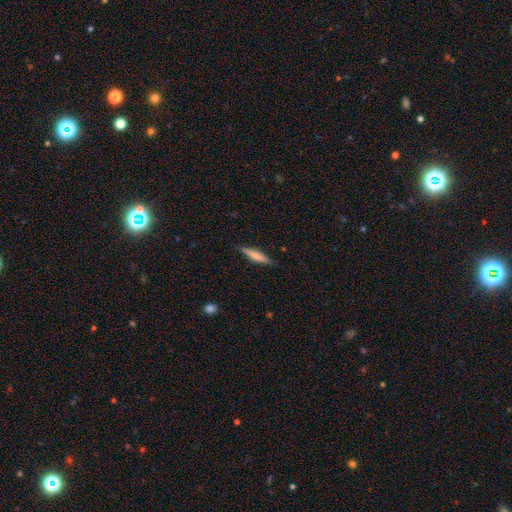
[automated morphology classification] Q: Smooth or featured?
A: smooth (55%); runner-up: featured or disk (39%)
Q: How rounded?
A: cigar-shaped (88%); runner-up: in between (11%)
Q: Merging?
A: none (88%); runner-up: minor disturbance (9%)